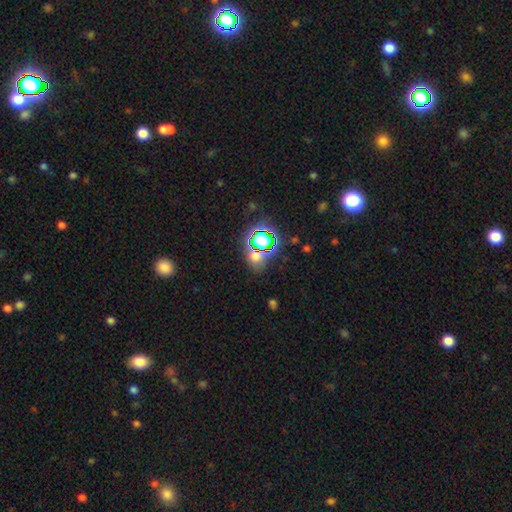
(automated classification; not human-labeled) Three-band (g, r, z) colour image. It shows a star or artifact, not a galaxy (49%).